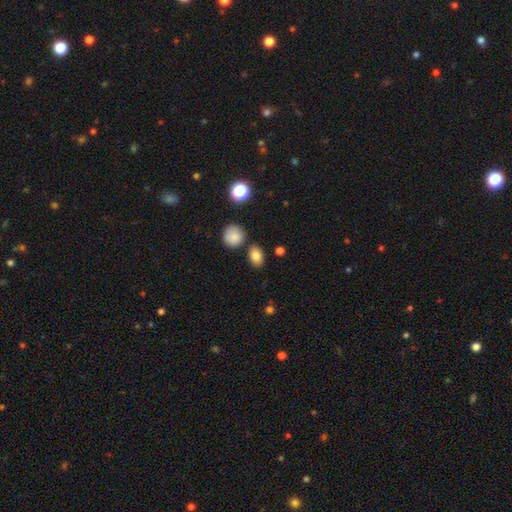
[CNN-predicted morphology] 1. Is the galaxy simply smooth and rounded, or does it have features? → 82% smooth, 11% star or artifact, 7% featured or disk.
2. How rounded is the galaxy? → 76% in between, 22% round, 2% cigar-shaped.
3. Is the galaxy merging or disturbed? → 81% none, 9% minor disturbance, 7% merger, 3% major disturbance.